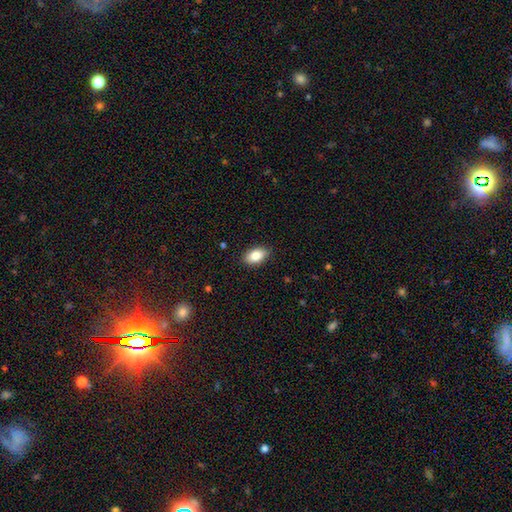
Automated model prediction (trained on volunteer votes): Overall: smooth (84%). How rounded: in between (91%). Merging: none (88%).